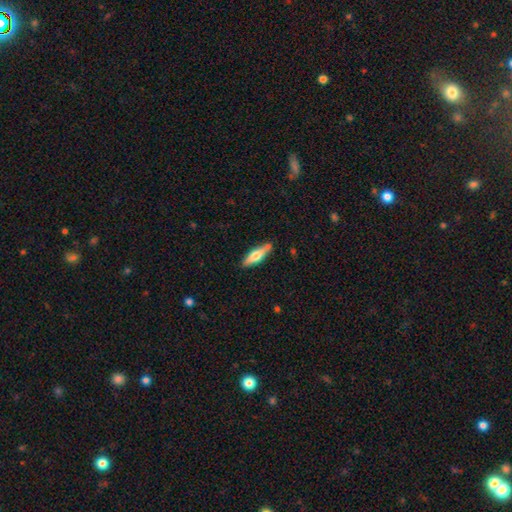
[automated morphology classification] This is possibly a smooth galaxy (50%). How rounded: likely cigar-shaped (65%). Merging: likely none (80%).